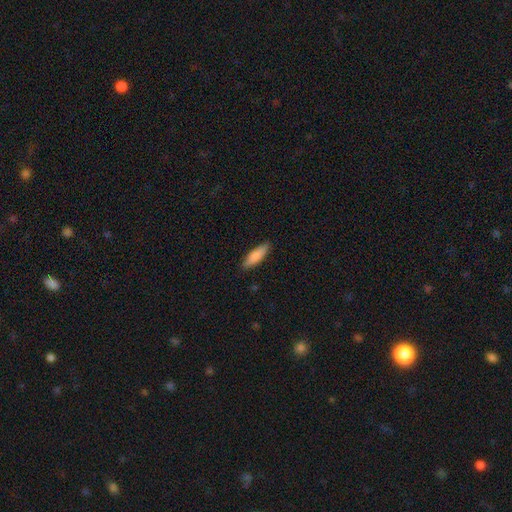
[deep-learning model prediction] This is clearly a smooth galaxy (85%). How rounded: possibly cigar-shaped (56%). Merging: clearly none (87%).